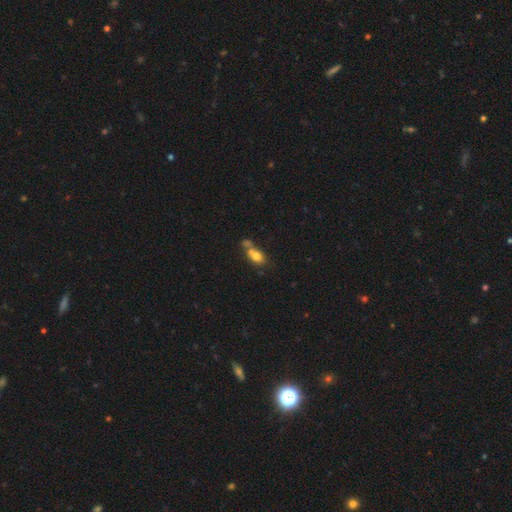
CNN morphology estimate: smooth-or-featured: smooth: 73% | featured or disk: 17% | star or artifact: 10%
  how-rounded: in between: 75% | round: 19% | cigar-shaped: 5%
  merging: merger: 51% | none: 30% | minor disturbance: 13% | major disturbance: 6%